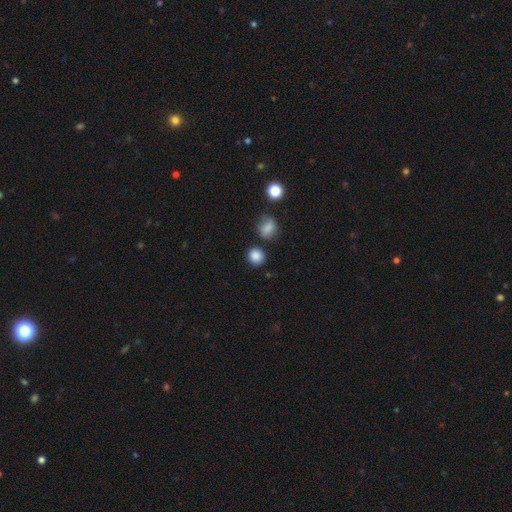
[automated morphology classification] Smooth or featured: smooth — 86% (star or artifact — 10%)
How rounded: round — 85% (in between — 14%)
Merging: none — 80% (minor disturbance — 11%)